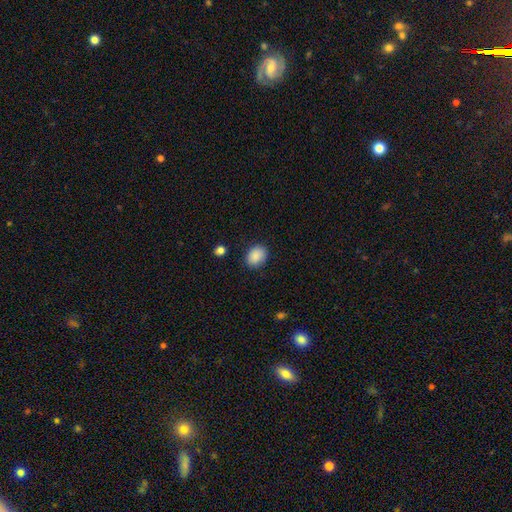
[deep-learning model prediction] Overall: smooth (89%). How rounded: in between (62%; round 37%). Merging: none (85%).